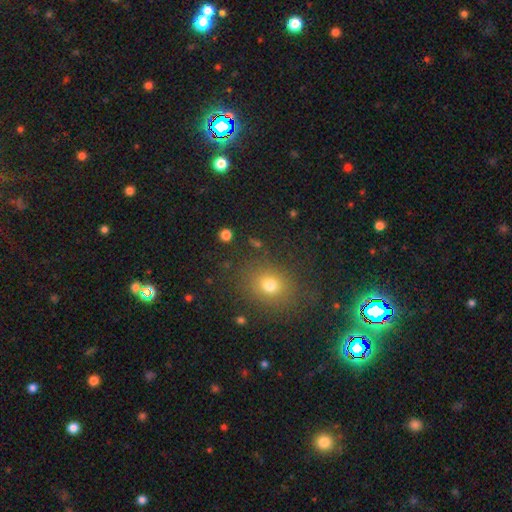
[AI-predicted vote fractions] Smooth or featured: smooth — 52% (star or artifact — 41%)
How rounded: round — 73% (in between — 25%)
Merging: none — 88% (minor disturbance — 7%)